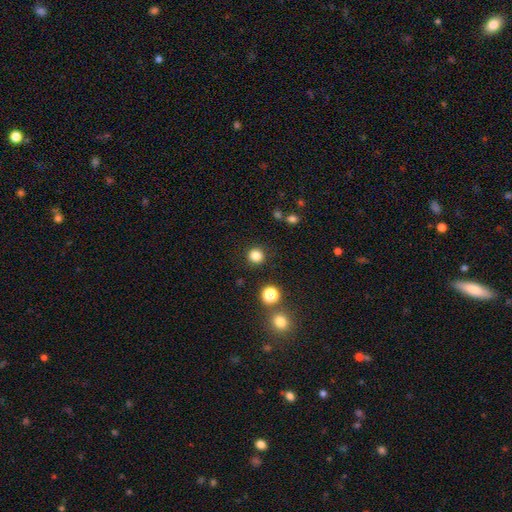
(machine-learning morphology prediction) This appears to be a smooth galaxy with no disk features (83%) that is round (92%). Merging: none (90%).